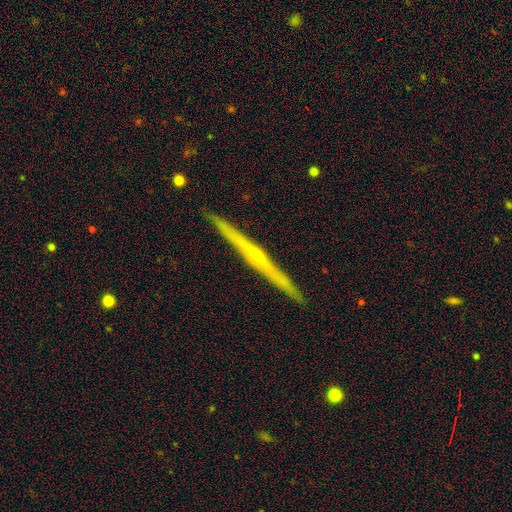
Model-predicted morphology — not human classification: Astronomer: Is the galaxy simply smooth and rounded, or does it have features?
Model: featured or disk — 80%.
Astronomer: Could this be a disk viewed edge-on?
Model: yes — 98%.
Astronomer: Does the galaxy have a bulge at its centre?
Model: rounded — 67%.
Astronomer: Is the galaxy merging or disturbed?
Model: none — 92%.